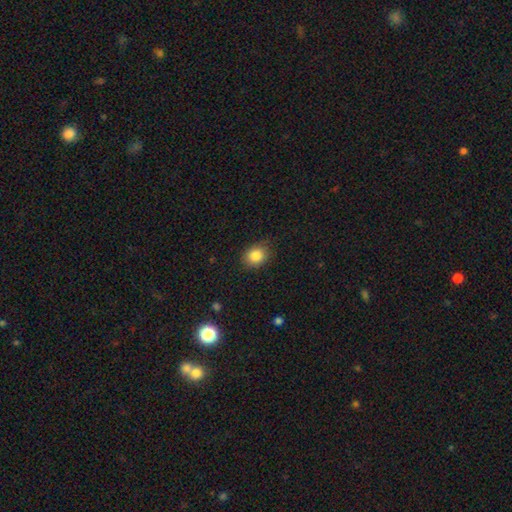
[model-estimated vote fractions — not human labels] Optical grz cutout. It shows a smooth galaxy with no disk features (85%) that is round (54%). Merging: none (82%).